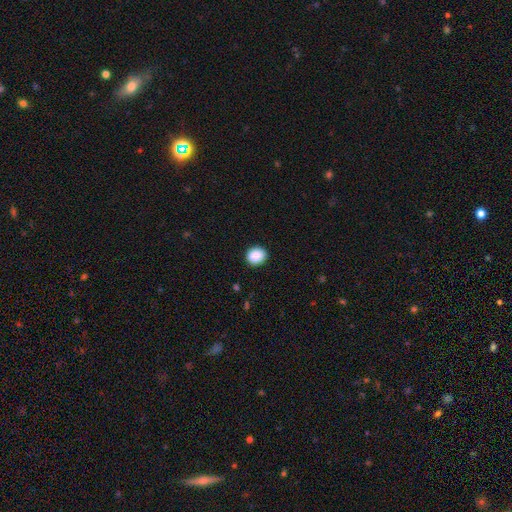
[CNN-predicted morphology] smooth 90%, star or artifact 8%, featured or disk 3%. Down the decision tree: how rounded — round (66%); merging — none (91%).